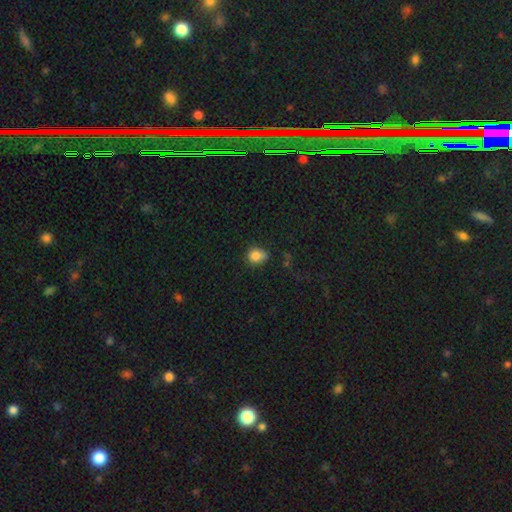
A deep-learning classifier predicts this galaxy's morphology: Q: Smooth or featured?
A: smooth (83%); runner-up: star or artifact (11%)
Q: How rounded?
A: round (64%); runner-up: in between (35%)
Q: Merging?
A: none (63%); runner-up: minor disturbance (26%)